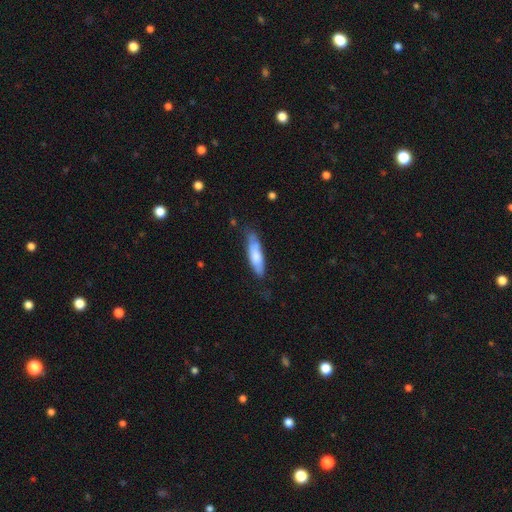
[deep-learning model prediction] Morphology: type=smooth (76%); roundness=cigar-shaped (60%); merging=none (66%).